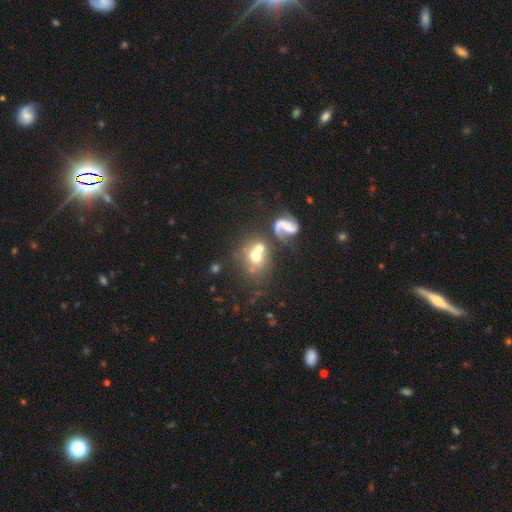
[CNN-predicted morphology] This is possibly a smooth galaxy (54%). How rounded: likely round (70%). Merging: marginally merger (41%).